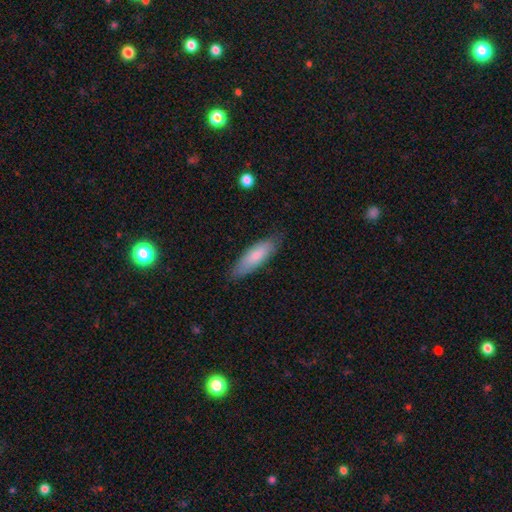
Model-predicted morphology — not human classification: This appears to be a smooth galaxy with no disk features (79%) that is cigar-shaped (54%). Merging: none (82%).